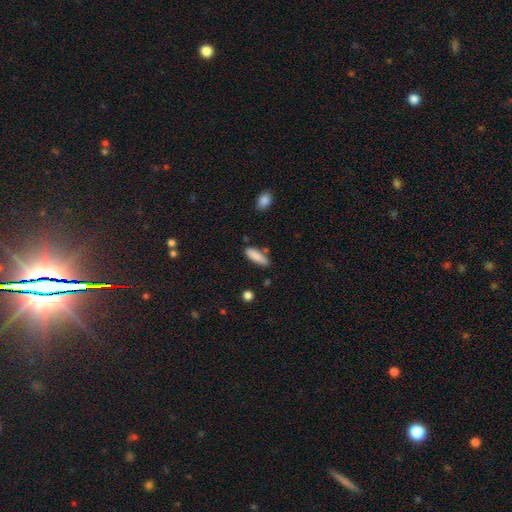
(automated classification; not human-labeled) Q: Smooth or featured?
A: smooth (87%); runner-up: featured or disk (7%)
Q: How rounded?
A: cigar-shaped (56%); runner-up: in between (42%)
Q: Merging?
A: none (76%); runner-up: minor disturbance (16%)